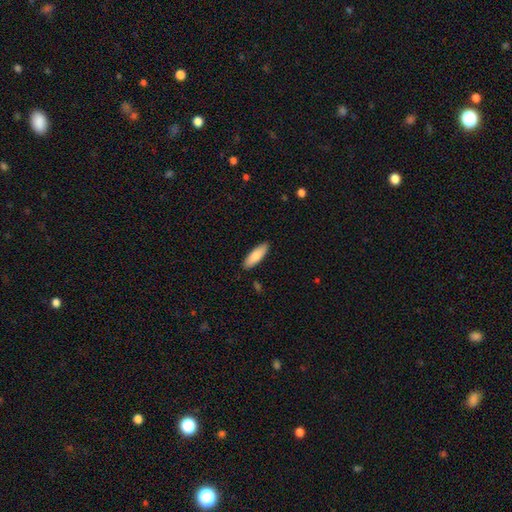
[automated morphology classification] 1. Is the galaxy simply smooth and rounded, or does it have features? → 84% smooth, 11% featured or disk, 5% star or artifact.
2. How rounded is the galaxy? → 59% in between, 39% cigar-shaped, 2% round.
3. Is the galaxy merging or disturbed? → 88% none, 9% minor disturbance, 2% major disturbance, 1% merger.